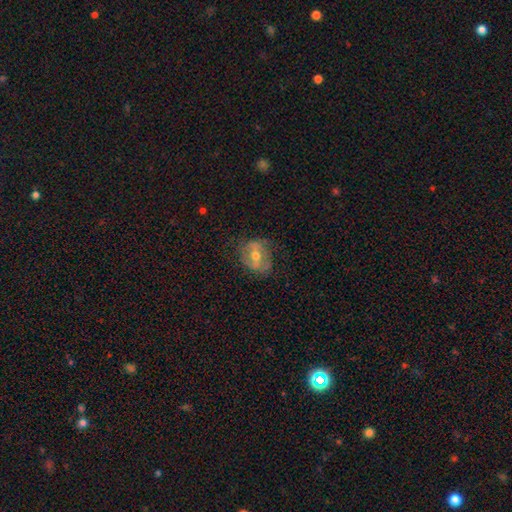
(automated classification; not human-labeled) A featured or disk galaxy (61%) with a weak bar (38%), spiral arms (53%) and a moderate central bulge (68%).

Vote fractions:
- Smooth or featured? featured or disk: 61% / smooth: 28% / star or artifact: 10%
- Edge-on disk? no: 94% / yes: 6%
- Bar? weak: 38% / no: 31% / strong: 31%
- Spiral arms? yes: 53% / no: 47%
- Bulge size? moderate: 68% / small: 27% / large: 3% / none: 1% / dominant: 1%
- Merging? none: 66% / minor disturbance: 22% / major disturbance: 11% / merger: 1%